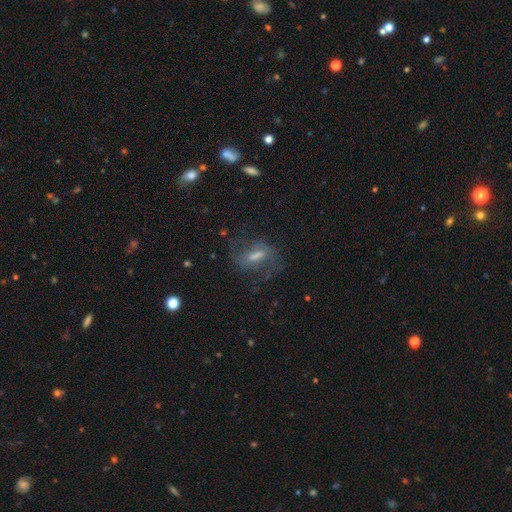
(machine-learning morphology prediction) Smooth or featured: featured or disk — 63% (smooth — 23%)
Edge-on disk: no — 91% (yes — 9%)
Bar: weak — 49% (strong — 34%)
Spiral arms: yes — 83% (no — 17%)
Bulge size: moderate — 42% (small — 32%)
Merging: none — 66% (minor disturbance — 17%)